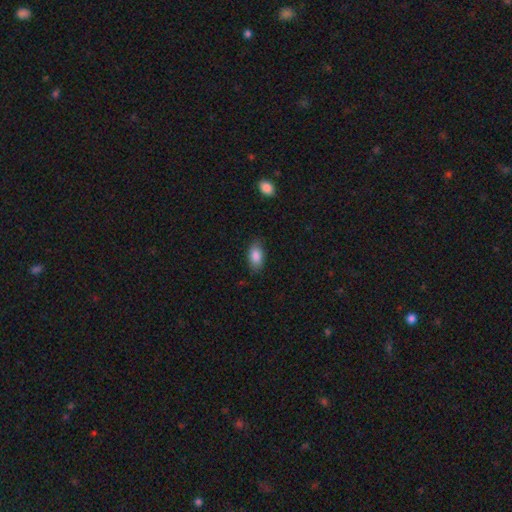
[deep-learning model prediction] The model was most divided on "merging": none: 79%, minor disturbance: 16%, major disturbance: 4%, merger: 1%. More confident: how rounded — in between (92%); smooth or featured — smooth (87%).